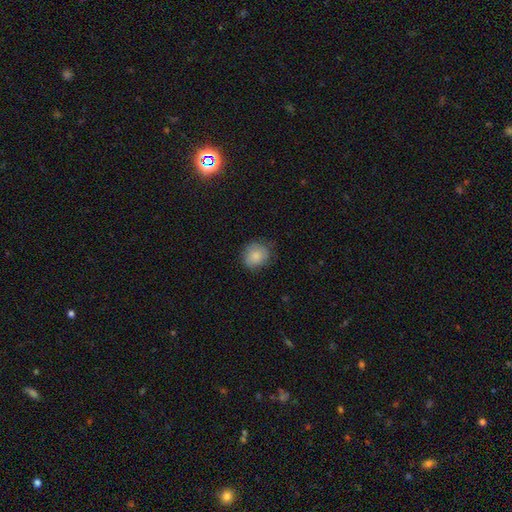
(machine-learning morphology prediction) Smooth or featured: smooth — 85% (star or artifact — 8%)
How rounded: round — 77% (in between — 22%)
Merging: none — 73% (minor disturbance — 21%)